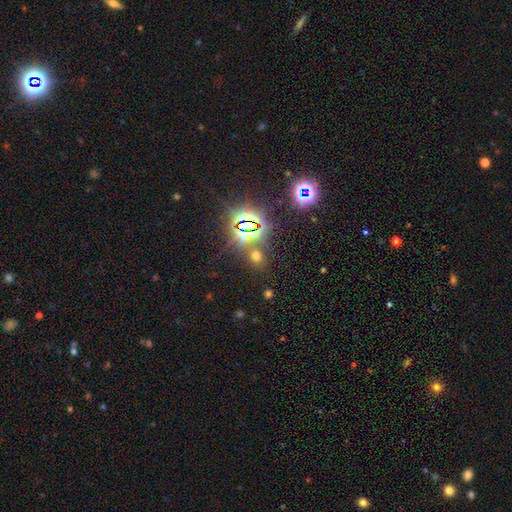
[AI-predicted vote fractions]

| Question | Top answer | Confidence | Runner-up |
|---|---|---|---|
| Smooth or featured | star or artifact | 50% | smooth (43%) |